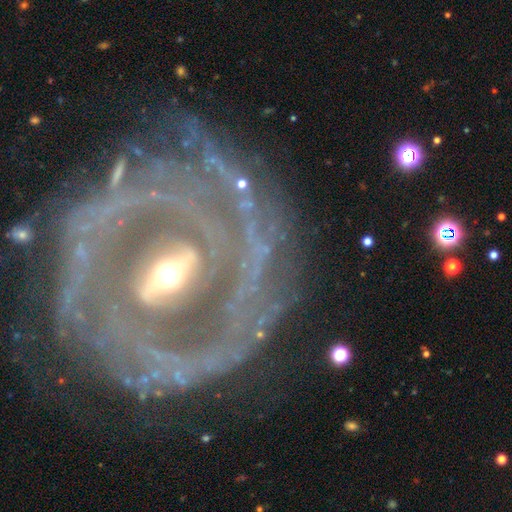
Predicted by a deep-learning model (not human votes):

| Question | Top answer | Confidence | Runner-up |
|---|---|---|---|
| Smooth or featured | featured or disk | 89% | star or artifact (6%) |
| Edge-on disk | no | 96% | yes (4%) |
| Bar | strong | 41% | weak (38%) |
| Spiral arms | yes | 91% | no (9%) |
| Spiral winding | tight | 70% | medium (23%) |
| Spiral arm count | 2 | 36% | can't tell (25%) |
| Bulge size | moderate | 59% | small (33%) |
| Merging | none | 76% | minor disturbance (14%) |